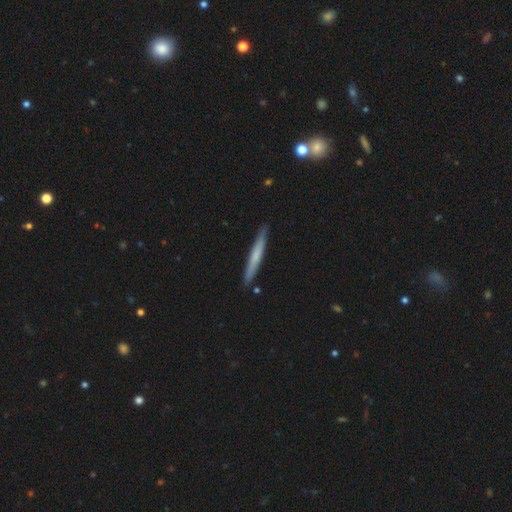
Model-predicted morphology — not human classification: A smooth galaxy with no disk features (56%) that is cigar-shaped (96%). Merging: none (90%).